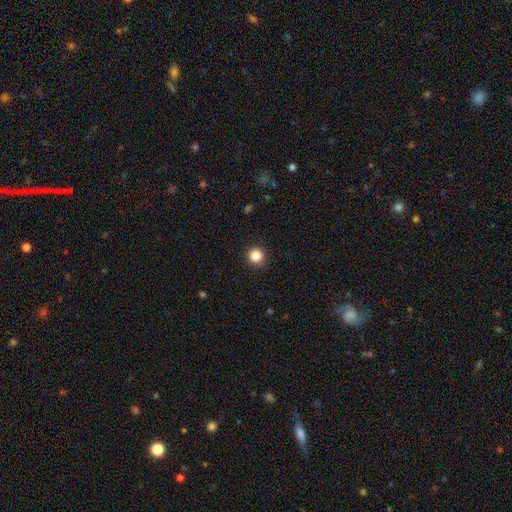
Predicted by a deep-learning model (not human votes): This is clearly a smooth galaxy (85%). How rounded: clearly round (95%). Merging: clearly none (92%).